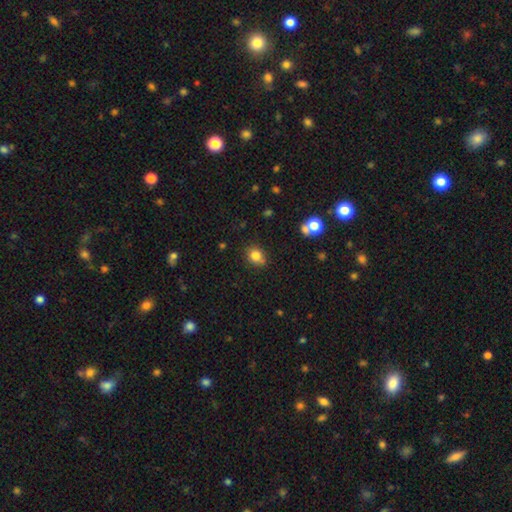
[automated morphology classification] This is clearly a smooth galaxy (81%). How rounded: likely round (68%). Merging: likely none (75%).